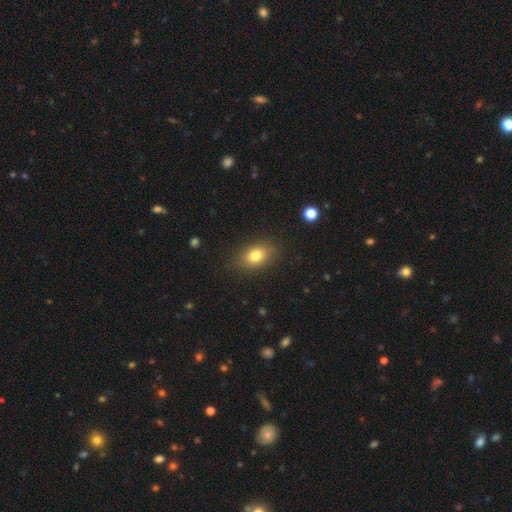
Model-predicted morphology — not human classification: A smooth galaxy with no disk features (79%) that is in between round and cigar-shaped (69%). Merging: none (83%).